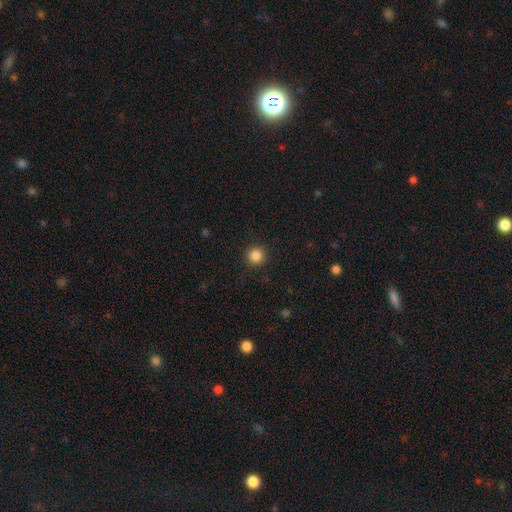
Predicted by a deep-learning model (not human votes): smooth 86%, star or artifact 11%, featured or disk 4%. Down the decision tree: how rounded — round (95%); merging — none (92%).